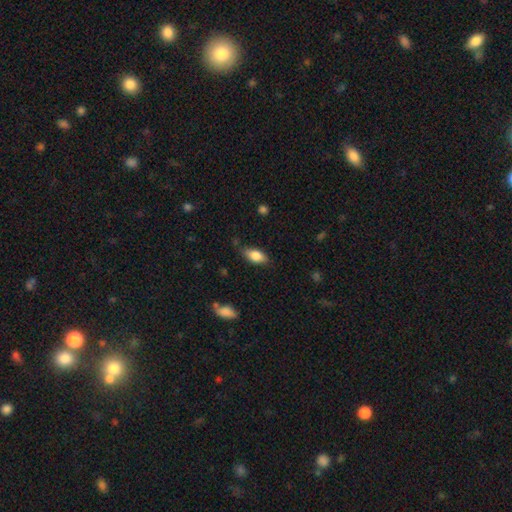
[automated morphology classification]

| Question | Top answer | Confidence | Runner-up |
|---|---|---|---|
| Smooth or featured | smooth | 82% | featured or disk (11%) |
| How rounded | in between | 88% | cigar-shaped (8%) |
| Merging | none | 77% | minor disturbance (17%) |